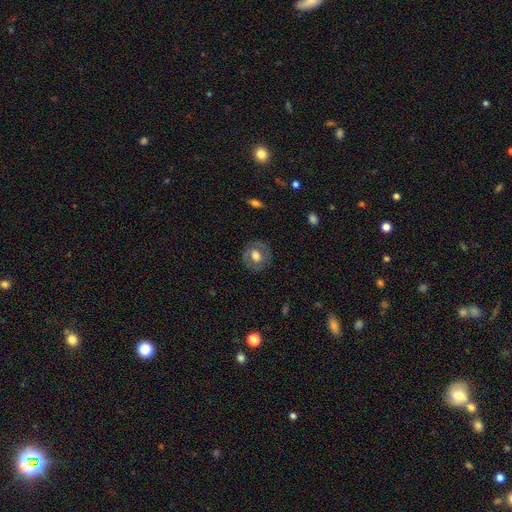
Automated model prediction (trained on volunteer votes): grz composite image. It shows a smooth galaxy with no disk features (55%) that is round (75%). Merging: none (82%).